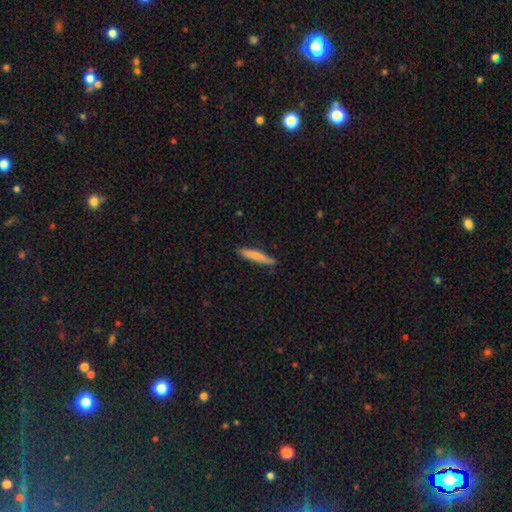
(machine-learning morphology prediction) Smooth or featured: smooth — 76% (featured or disk — 19%)
How rounded: cigar-shaped — 92% (in between — 7%)
Merging: none — 85% (minor disturbance — 12%)